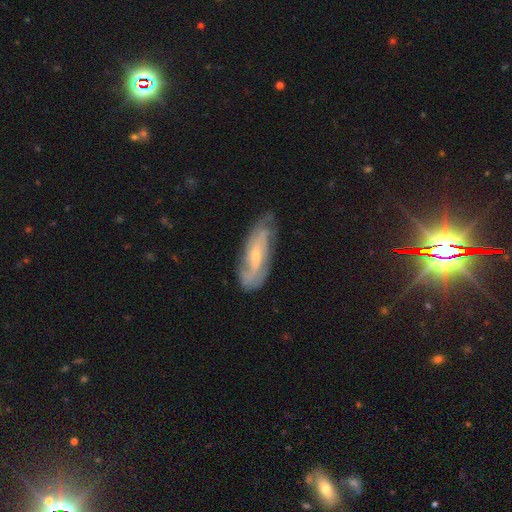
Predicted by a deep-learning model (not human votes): Smooth or featured: featured or disk — 73% (smooth — 20%)
Edge-on disk: no — 84% (yes — 16%)
Bar: no — 49% (weak — 39%)
Spiral arms: yes — 89% (no — 11%)
Spiral winding: tight — 42% (medium — 39%)
Spiral arm count: 2 — 40% (can't tell — 38%)
Bulge size: small — 63% (moderate — 31%)
Merging: none — 69% (minor disturbance — 23%)